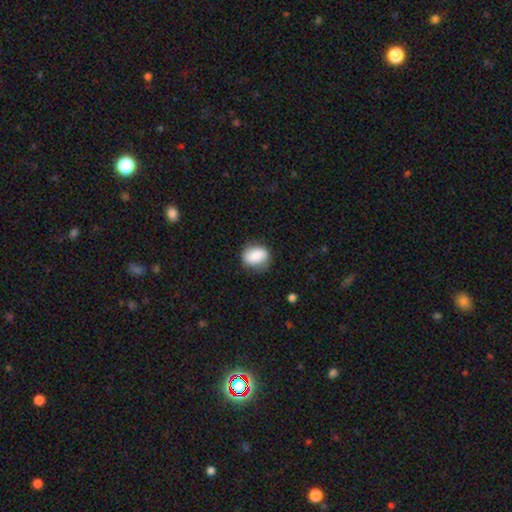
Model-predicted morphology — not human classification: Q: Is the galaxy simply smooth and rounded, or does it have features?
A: smooth — 75%.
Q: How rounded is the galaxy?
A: in between — 50%.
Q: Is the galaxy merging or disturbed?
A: none — 74%.